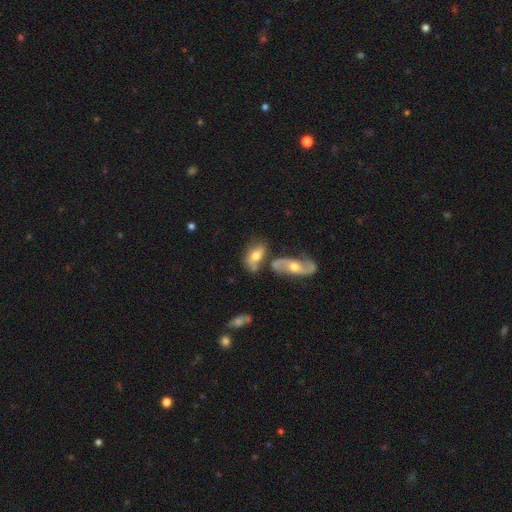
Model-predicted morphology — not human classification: This appears to be a smooth galaxy with no disk features (51%) that is in between round and cigar-shaped (87%). Merging: none (44%).